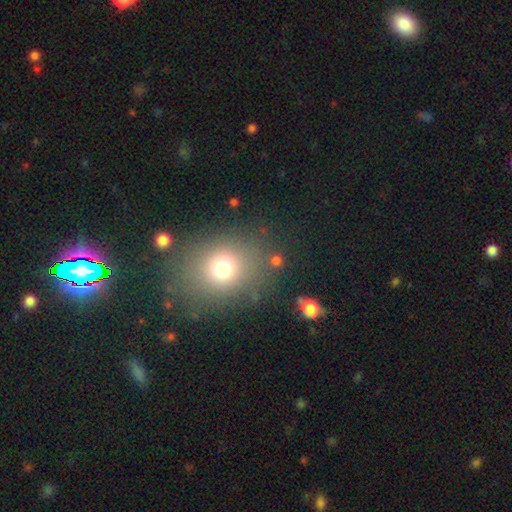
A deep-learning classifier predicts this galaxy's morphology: A smooth galaxy with no disk features (65%) that is round (65%). Merging: none (82%).